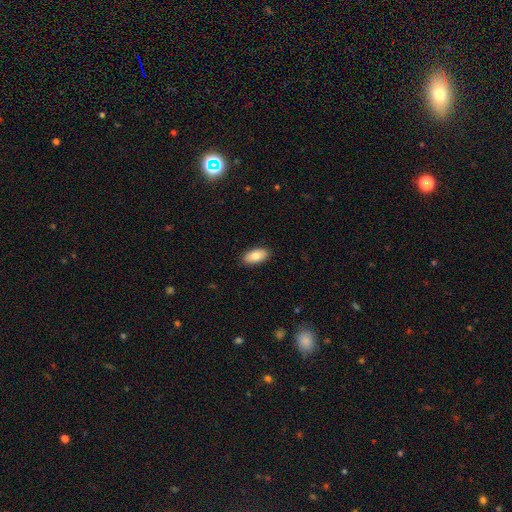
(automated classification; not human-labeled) smooth_or_featured: smooth (p=0.84) [alt: featured or disk p=0.10]
how_rounded: in between (p=0.93) [alt: cigar-shaped p=0.05]
merging: none (p=0.89) [alt: minor disturbance p=0.08]